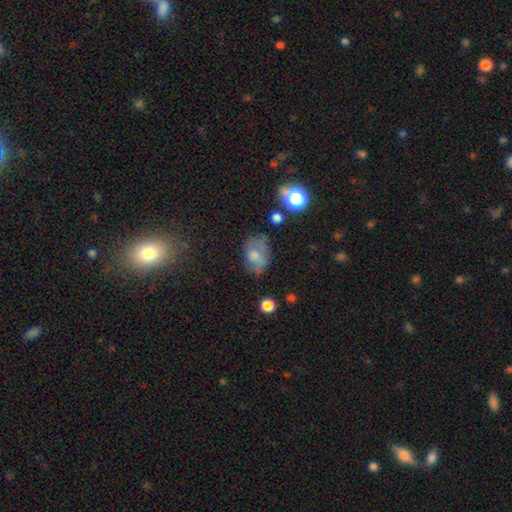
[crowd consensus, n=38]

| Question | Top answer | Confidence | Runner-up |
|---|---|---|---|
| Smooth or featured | smooth | 61% | featured or disk (32%) |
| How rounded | in between | 61% | round (39%) |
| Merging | none | 37% | minor disturbance (31%) |